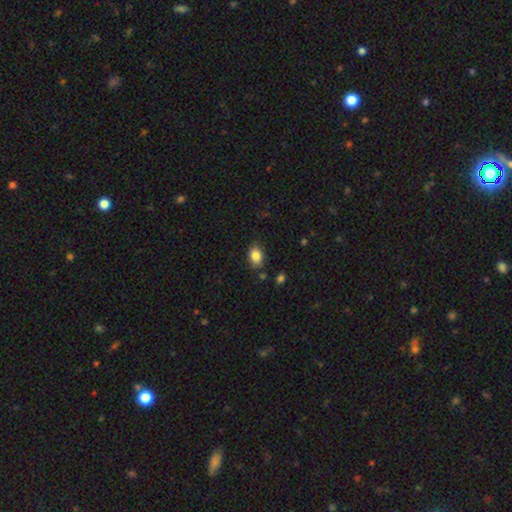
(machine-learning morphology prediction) Smooth or featured?
  - smooth: 85% *
  - star or artifact: 8%
  - featured or disk: 7%
How rounded?
  - in between: 80% *
  - round: 18%
  - cigar-shaped: 1%
Merging?
  - none: 79% *
  - minor disturbance: 15%
  - major disturbance: 3%
  - merger: 3%